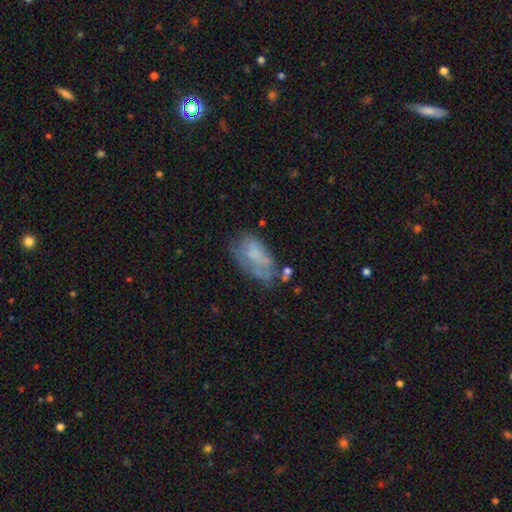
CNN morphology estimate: A smooth galaxy with no disk features (53%) that is in between round and cigar-shaped (91%).

Vote fractions:
- Smooth or featured? smooth: 53% / featured or disk: 37% / star or artifact: 10%
- How rounded? in between: 91% / cigar-shaped: 5% / round: 5%
- Merging? none: 38% / minor disturbance: 30% / major disturbance: 23% / merger: 9%